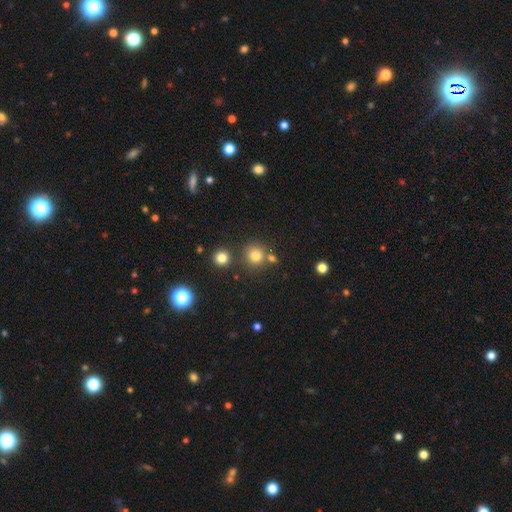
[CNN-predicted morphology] smooth 78%, star or artifact 15%, featured or disk 7%. Down the decision tree: how rounded — round (88%); merging — none (70%).